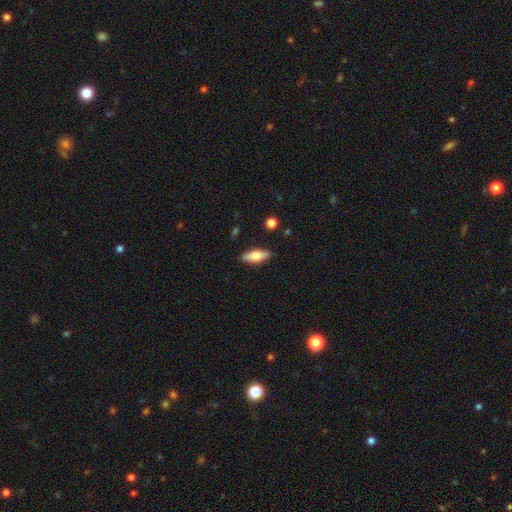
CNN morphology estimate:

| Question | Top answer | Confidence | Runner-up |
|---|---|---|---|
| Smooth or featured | smooth | 65% | featured or disk (28%) |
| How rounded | in between | 67% | cigar-shaped (30%) |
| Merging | none | 87% | minor disturbance (9%) |